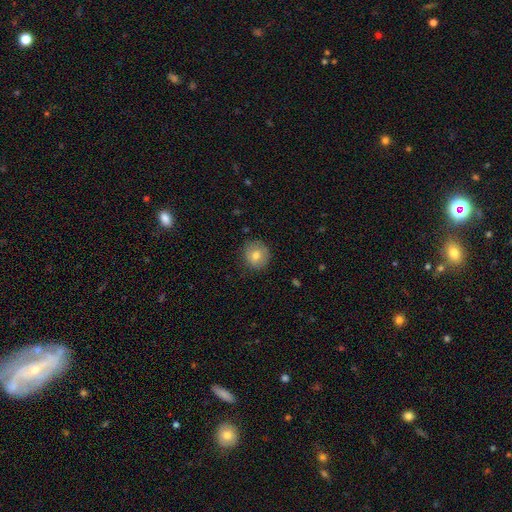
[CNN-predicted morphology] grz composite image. It shows a smooth galaxy with no disk features (75%) that is round (92%). Merging: none (86%).